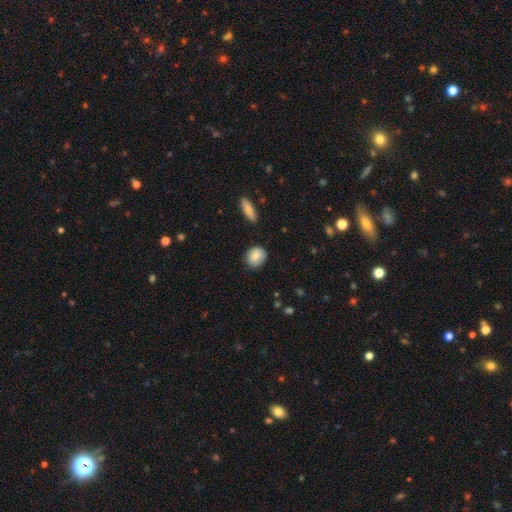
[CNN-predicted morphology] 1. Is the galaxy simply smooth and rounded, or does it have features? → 82% smooth, 11% featured or disk, 7% star or artifact.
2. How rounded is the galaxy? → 69% round, 30% in between, 2% cigar-shaped.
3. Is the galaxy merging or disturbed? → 84% none, 12% minor disturbance, 2% major disturbance, 2% merger.